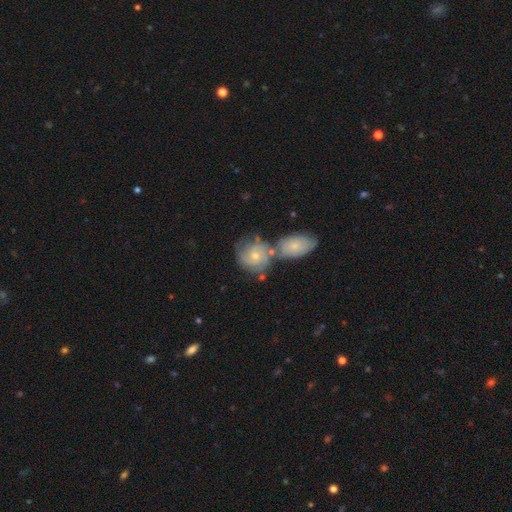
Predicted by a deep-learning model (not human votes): This is likely a featured or disk galaxy (61%). It is clearly not viewed edge-on (96%). Bar: likely no (78%). Spiral arm pattern: clearly yes (87%). Spiral arm count: marginally can't tell (36%). Spiral winding: likely tight (61%). Central bulge: possibly small (54%). Merging: marginally none (42%).